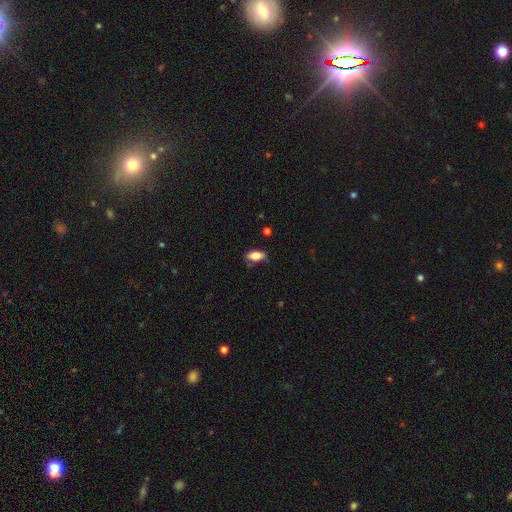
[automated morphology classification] Smooth or featured? Predicted: smooth (p=0.81). How rounded? Predicted: in between (p=0.89). Merging? Predicted: none (p=0.78).